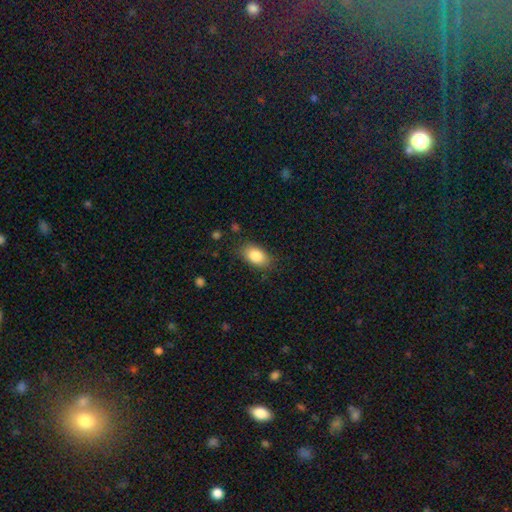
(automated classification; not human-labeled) The model was most divided on "merging": none: 81%, minor disturbance: 13%, major disturbance: 4%, merger: 1%. More confident: how rounded — in between (89%); smooth or featured — smooth (85%).